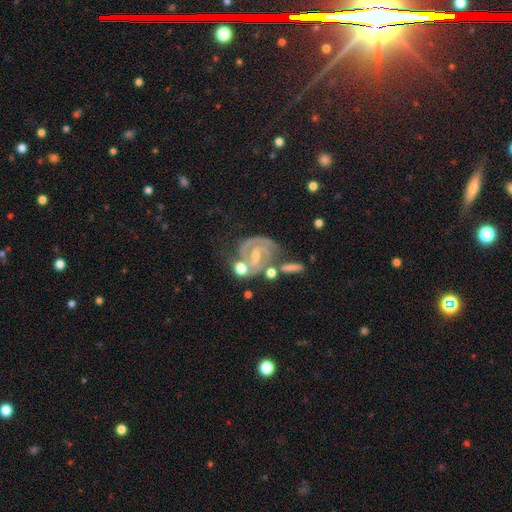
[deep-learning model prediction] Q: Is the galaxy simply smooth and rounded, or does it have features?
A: featured or disk — 87%.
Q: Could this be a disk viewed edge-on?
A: no — 97%.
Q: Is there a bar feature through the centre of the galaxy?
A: weak — 44%.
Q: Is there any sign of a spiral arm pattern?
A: yes — 96%.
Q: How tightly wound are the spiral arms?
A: tight — 55%.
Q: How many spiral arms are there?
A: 2 — 74%.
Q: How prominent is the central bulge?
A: small — 58%.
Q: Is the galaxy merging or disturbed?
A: none — 49%.